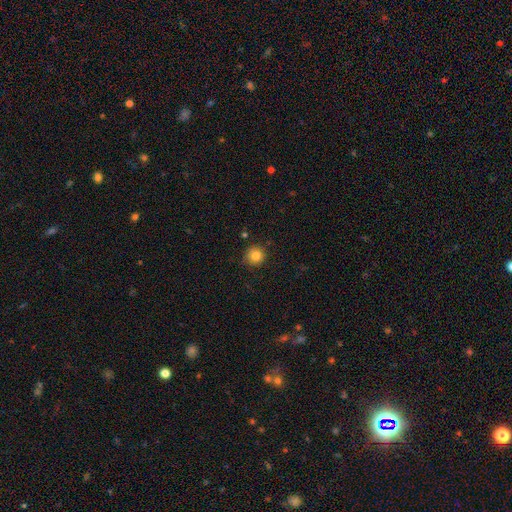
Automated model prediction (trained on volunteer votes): smooth_or_featured: smooth (p=0.84) [alt: star or artifact p=0.11]
how_rounded: round (p=0.93) [alt: in between p=0.06]
merging: none (p=0.84) [alt: minor disturbance p=0.12]